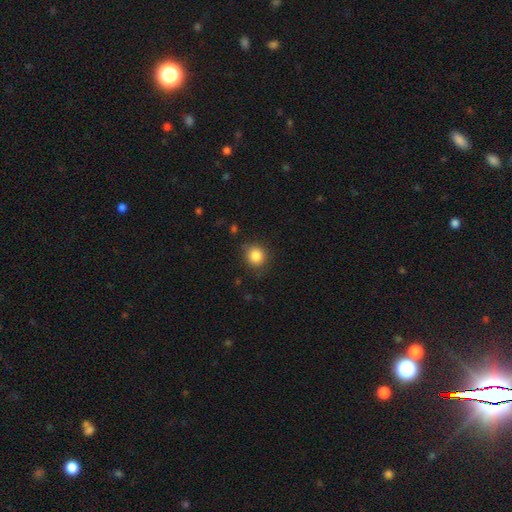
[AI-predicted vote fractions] A smooth galaxy with no disk features (85%) that is round (85%).

Vote fractions:
- Smooth or featured? smooth: 85% / star or artifact: 10% / featured or disk: 5%
- How rounded? round: 85% / in between: 14% / cigar-shaped: 1%
- Merging? none: 82% / minor disturbance: 13% / major disturbance: 3% / merger: 2%